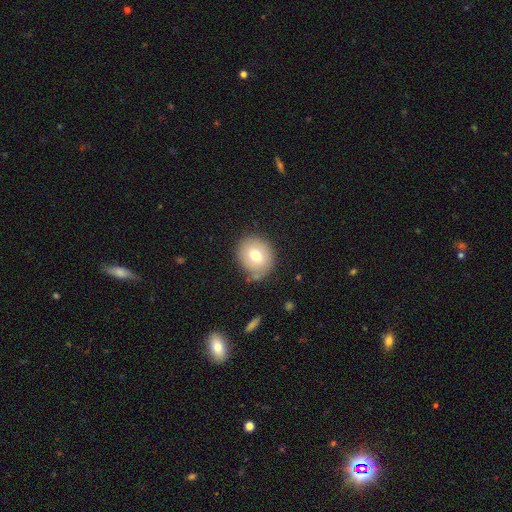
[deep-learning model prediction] The model was most divided on "how rounded": round: 73%, in between: 26%, cigar-shaped: 1%. More confident: merging — none (74%); smooth or featured — smooth (71%).